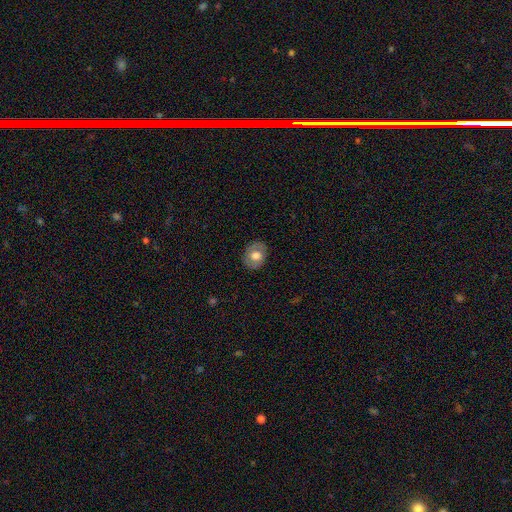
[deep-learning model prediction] smooth 60%, featured or disk 33%, star or artifact 7%. Down the decision tree: how rounded — in between (50%); merging — none (83%).